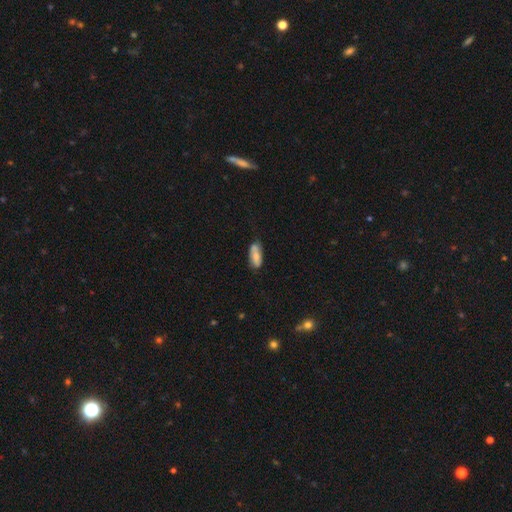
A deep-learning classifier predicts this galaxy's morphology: smooth-or-featured: smooth: 67% | featured or disk: 26% | star or artifact: 7%
  how-rounded: in between: 80% | cigar-shaped: 17% | round: 2%
  merging: none: 58% | minor disturbance: 27% | merger: 9% | major disturbance: 6%